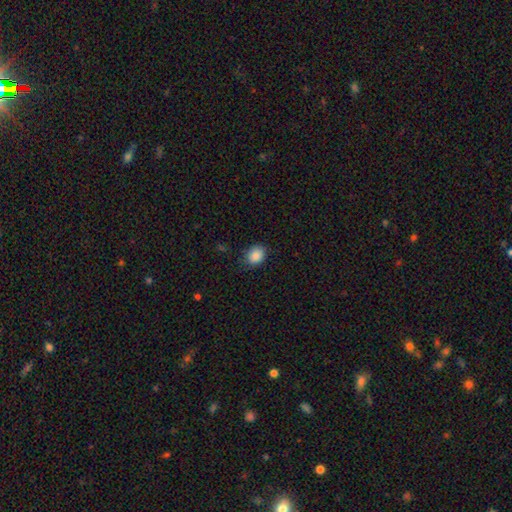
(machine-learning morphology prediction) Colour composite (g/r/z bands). It shows a smooth galaxy with no disk features (87%) that is in between round and cigar-shaped (54%). Merging: none (79%).